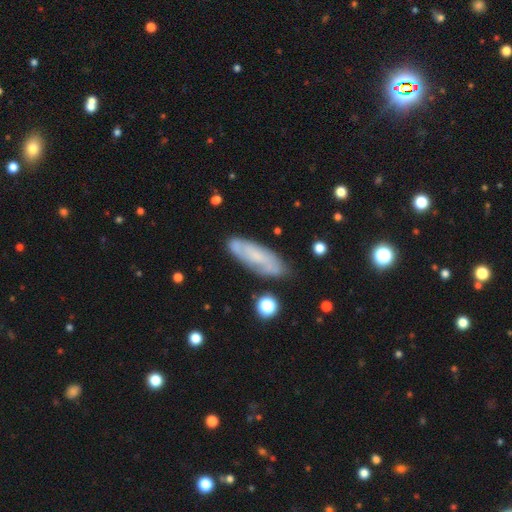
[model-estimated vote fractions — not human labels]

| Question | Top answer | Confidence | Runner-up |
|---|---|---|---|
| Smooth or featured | smooth | 48% | featured or disk (43%) |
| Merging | none | 77% | minor disturbance (16%) |